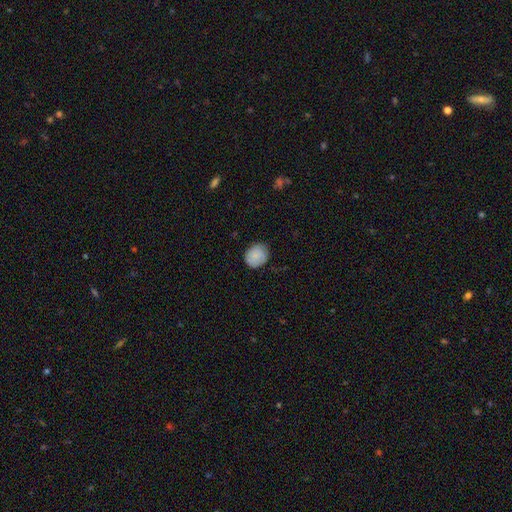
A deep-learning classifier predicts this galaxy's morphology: Overall: smooth (84%). How rounded: round (70%; in between 30%). Merging: none (75%).